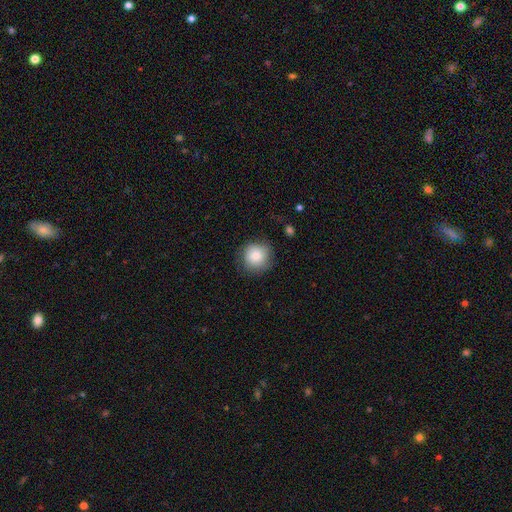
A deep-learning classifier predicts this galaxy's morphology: A smooth galaxy with no disk features (80%) that is round (91%).

Vote fractions:
- Smooth or featured? smooth: 80% / featured or disk: 12% / star or artifact: 8%
- How rounded? round: 91% / in between: 8% / cigar-shaped: 1%
- Merging? none: 77% / minor disturbance: 17% / major disturbance: 5% / merger: 1%